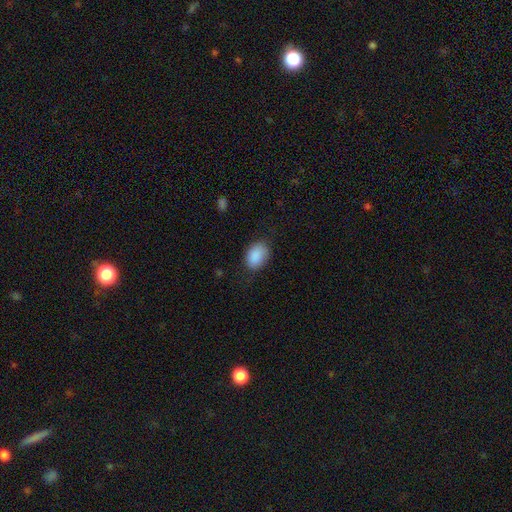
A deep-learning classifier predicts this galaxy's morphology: A smooth galaxy with no disk features (89%) that is in between round and cigar-shaped (81%). Merging: none (76%).